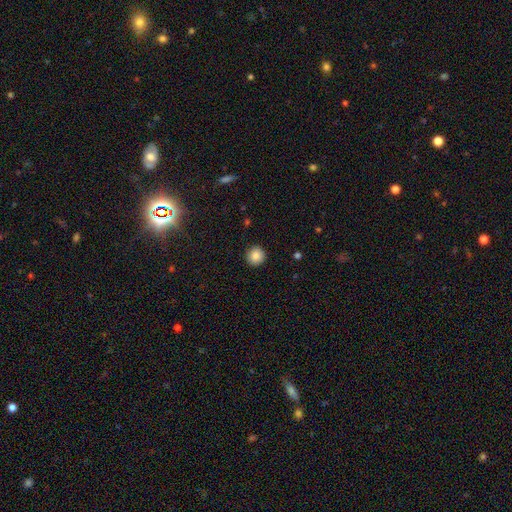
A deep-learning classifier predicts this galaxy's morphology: Smooth or featured: smooth — 87% (star or artifact — 9%)
How rounded: round — 94% (in between — 5%)
Merging: none — 92% (minor disturbance — 5%)